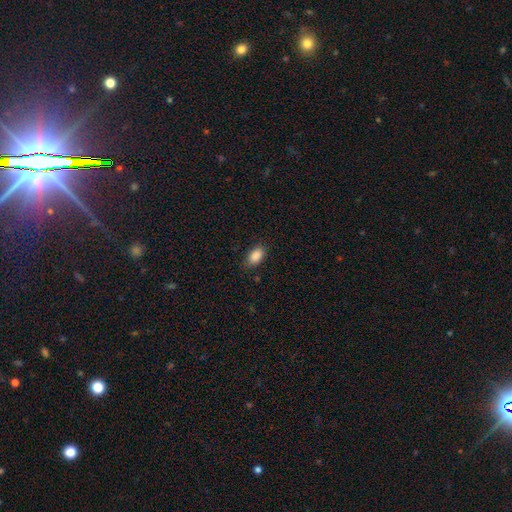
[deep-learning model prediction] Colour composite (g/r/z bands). It shows a smooth galaxy with no disk features (88%) that is in between round and cigar-shaped (91%). Merging: none (82%).